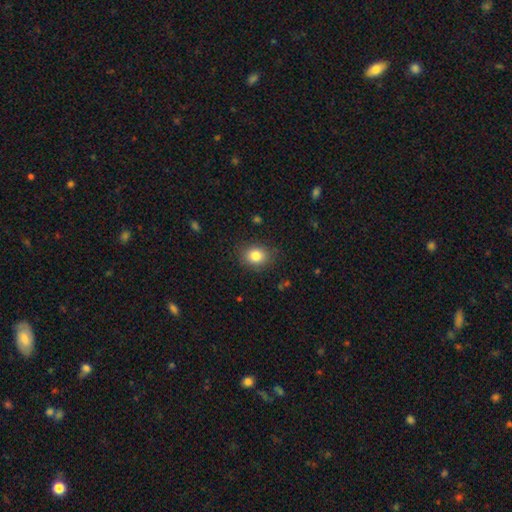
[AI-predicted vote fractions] Smooth or featured?
  - smooth: 83% *
  - star or artifact: 10%
  - featured or disk: 7%
How rounded?
  - round: 58% *
  - in between: 41%
  - cigar-shaped: 1%
Merging?
  - none: 85% *
  - minor disturbance: 11%
  - major disturbance: 3%
  - merger: 1%